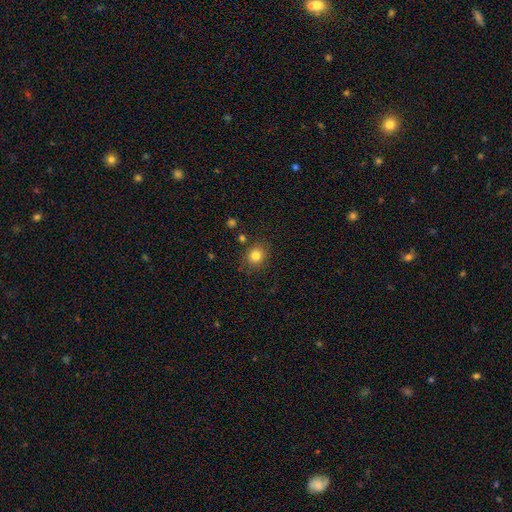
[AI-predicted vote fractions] Smooth or featured? Predicted: smooth (p=0.81). How rounded? Predicted: round (p=0.76). Merging? Predicted: none (p=0.83).